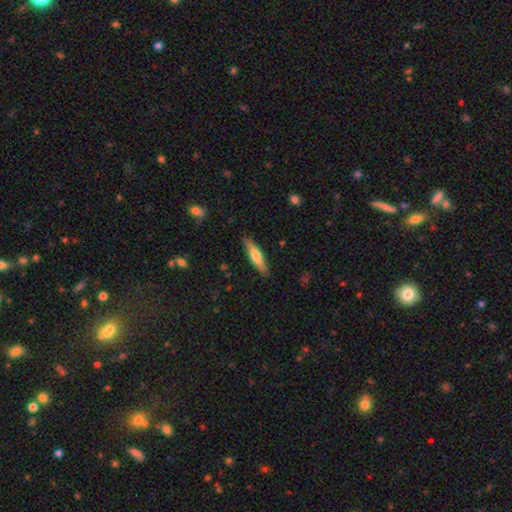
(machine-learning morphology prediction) Smooth or featured? smooth (67%)
How rounded? cigar-shaped (73%)
Merging? none (85%)